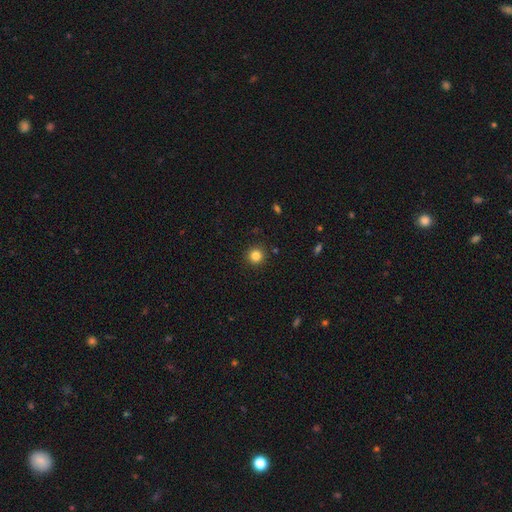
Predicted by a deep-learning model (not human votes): Overall: smooth (82%). How rounded: round (95%). Merging: none (92%).